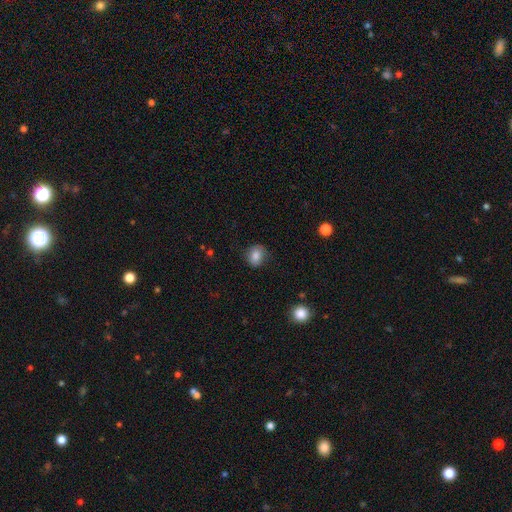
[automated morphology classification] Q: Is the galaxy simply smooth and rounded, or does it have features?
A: smooth — 82%.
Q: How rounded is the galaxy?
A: round — 62%.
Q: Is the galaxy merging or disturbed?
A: none — 79%.